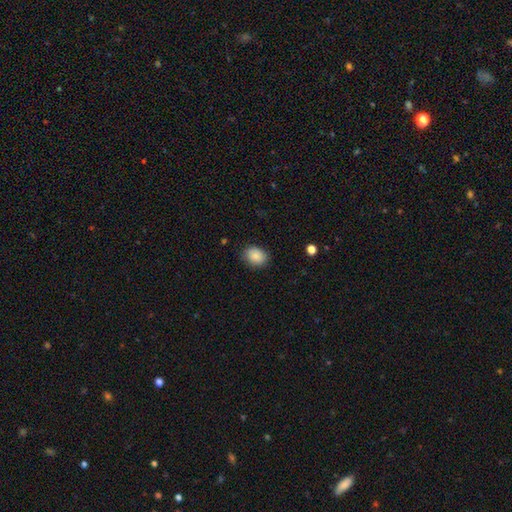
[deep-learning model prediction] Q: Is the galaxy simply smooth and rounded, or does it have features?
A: smooth — 86%.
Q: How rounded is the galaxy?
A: in between — 62%.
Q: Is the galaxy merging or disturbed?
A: none — 83%.